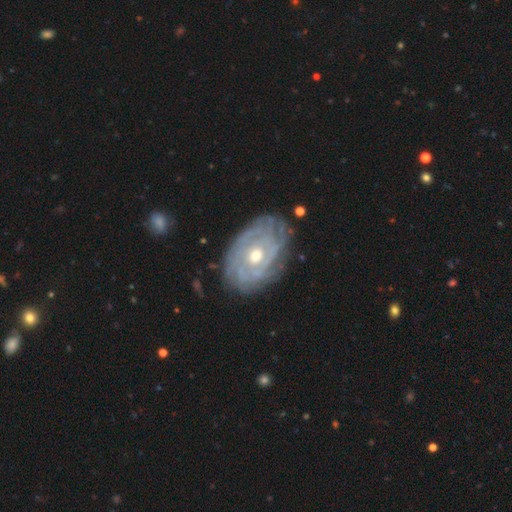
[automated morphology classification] This appears to be a featured or disk galaxy (85%) with no bar (73%), tight (79%) spiral arms (91%) and a moderate central bulge (74%). Merging: none (76%).